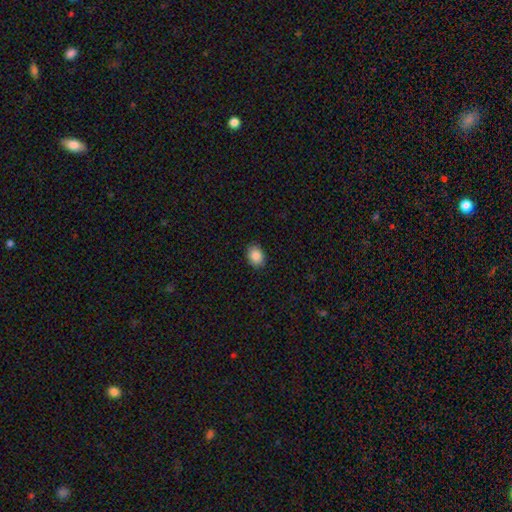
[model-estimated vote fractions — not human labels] smooth 87%, star or artifact 8%, featured or disk 5%. Down the decision tree: how rounded — in between (63%); merging — none (89%).